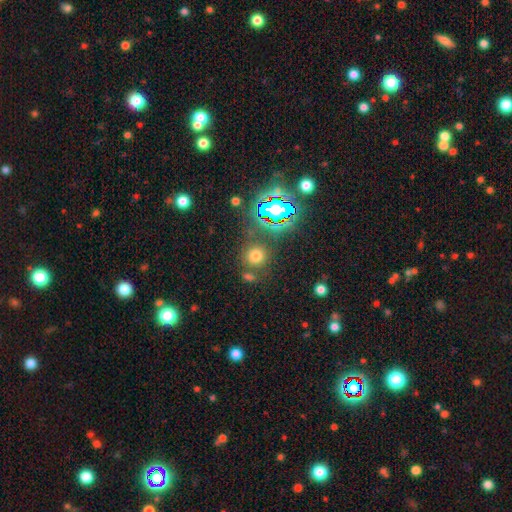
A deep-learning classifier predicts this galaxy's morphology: type=smooth (65%); roundness=round (89%); merging=none (77%).